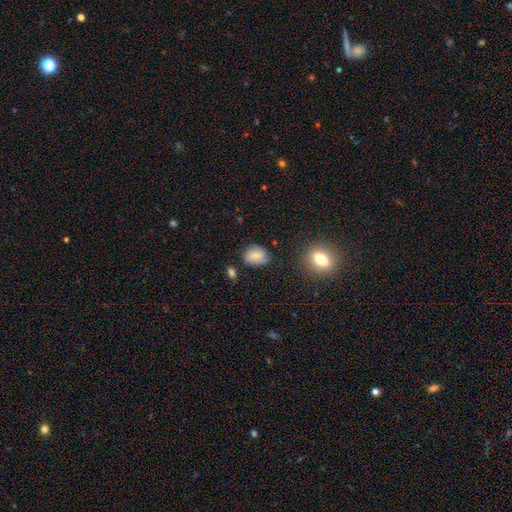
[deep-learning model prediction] Smooth or featured? Predicted: smooth (p=0.72). How rounded? Predicted: in between (p=0.61). Merging? Predicted: none (p=0.68).